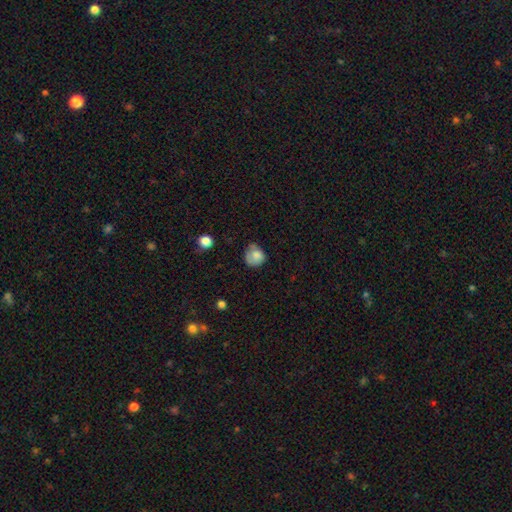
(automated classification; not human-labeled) The model was most divided on "merging": none: 48%, minor disturbance: 35%, major disturbance: 13%, merger: 4%. More confident: how rounded — round (75%); smooth or featured — smooth (73%).